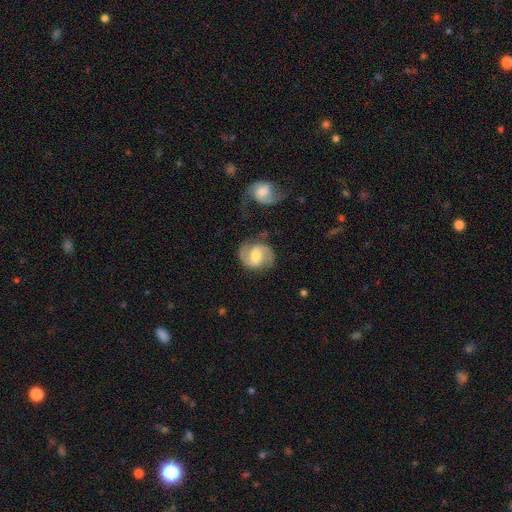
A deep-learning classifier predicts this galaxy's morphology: This appears to be a featured or disk galaxy (82%) with a weak bar (51%), 2 (92%) medium (55%) spiral arms (96%) and a moderate central bulge (63%). Merging: none (72%).